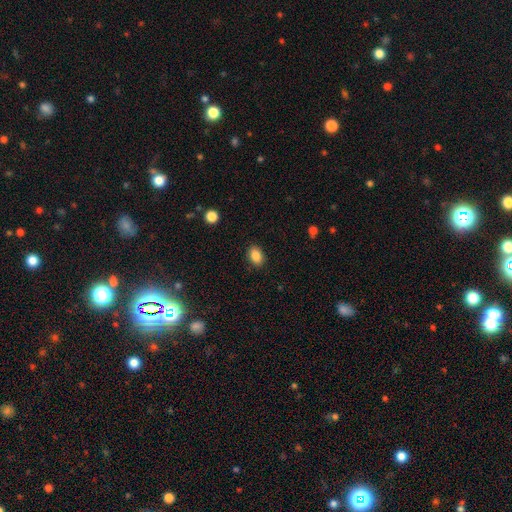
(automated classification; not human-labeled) Smooth or featured? Predicted: smooth (p=0.86). How rounded? Predicted: in between (p=0.78). Merging? Predicted: none (p=0.89).